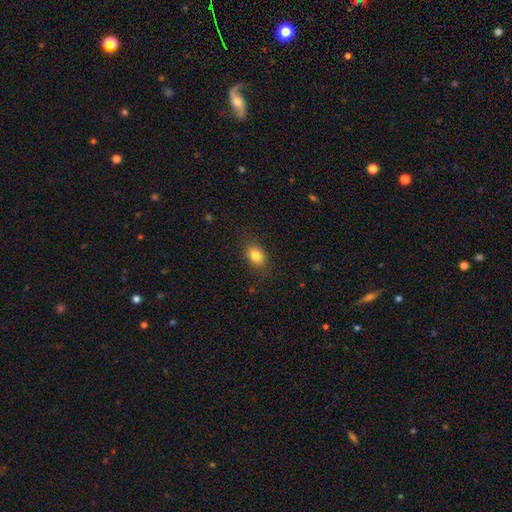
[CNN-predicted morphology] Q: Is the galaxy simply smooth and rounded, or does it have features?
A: smooth — 82%.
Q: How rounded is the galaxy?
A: in between — 66%.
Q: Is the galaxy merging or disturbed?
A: none — 85%.